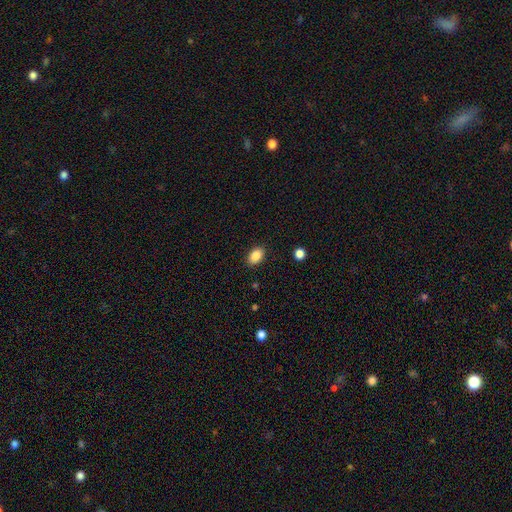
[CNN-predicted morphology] smooth_or_featured: smooth (p=0.87) [alt: star or artifact p=0.08]
how_rounded: in between (p=0.88) [alt: round p=0.11]
merging: none (p=0.88) [alt: minor disturbance p=0.09]